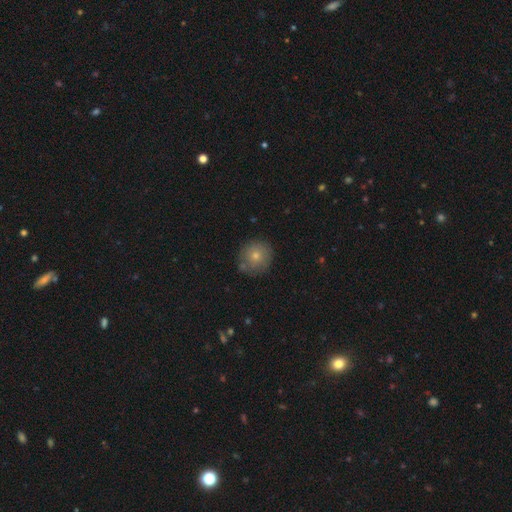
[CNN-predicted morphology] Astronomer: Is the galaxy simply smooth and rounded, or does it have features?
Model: smooth — 76%.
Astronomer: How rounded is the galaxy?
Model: round — 93%.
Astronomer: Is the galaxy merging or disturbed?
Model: none — 79%.